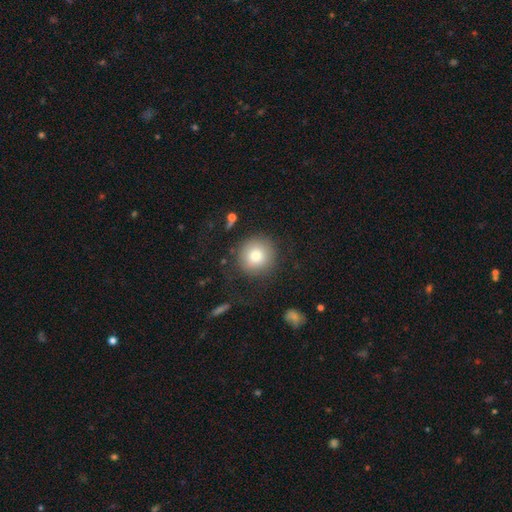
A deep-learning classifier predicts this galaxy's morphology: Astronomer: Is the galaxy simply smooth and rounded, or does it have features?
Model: smooth — 78%.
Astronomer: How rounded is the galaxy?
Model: round — 94%.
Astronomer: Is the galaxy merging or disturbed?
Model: none — 82%.